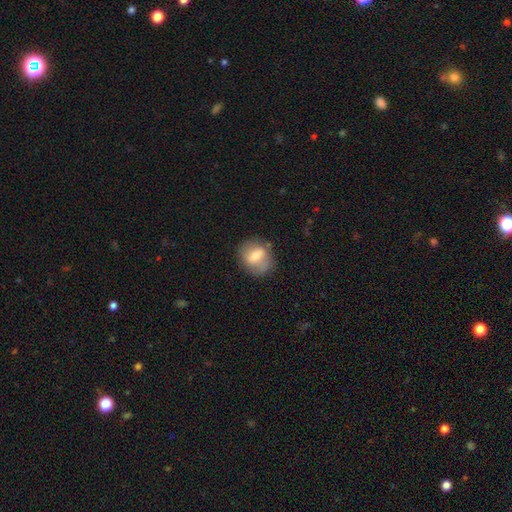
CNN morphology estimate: Overall: smooth (58%; featured or disk 34%). How rounded: round (56%; in between 41%). Merging: none (72%).